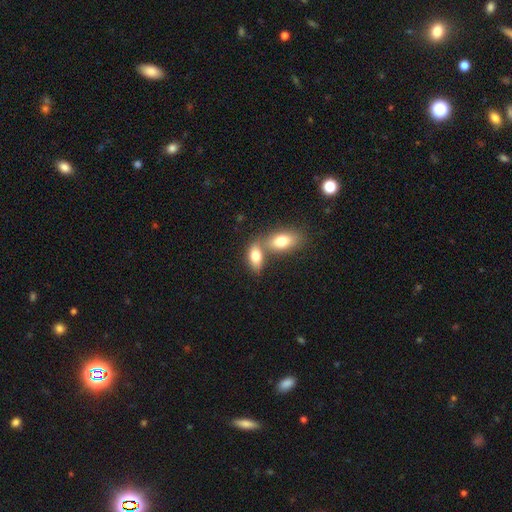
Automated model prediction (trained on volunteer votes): This appears to be a smooth galaxy with no disk features (78%) that is in between round and cigar-shaped (88%). Merging: merger (55%).